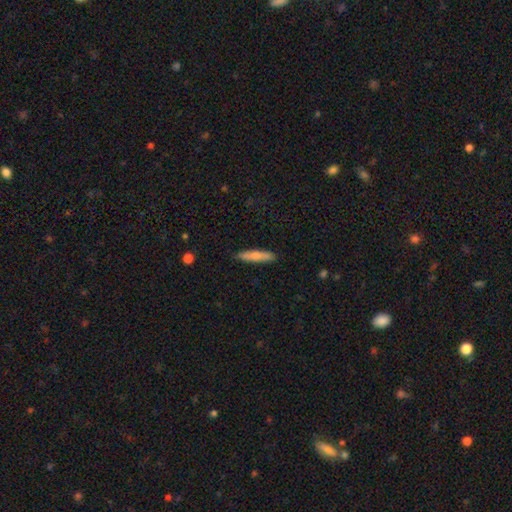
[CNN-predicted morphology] Smooth or featured? Predicted: smooth (p=0.75). How rounded? Predicted: cigar-shaped (p=0.84). Merging? Predicted: none (p=0.87).